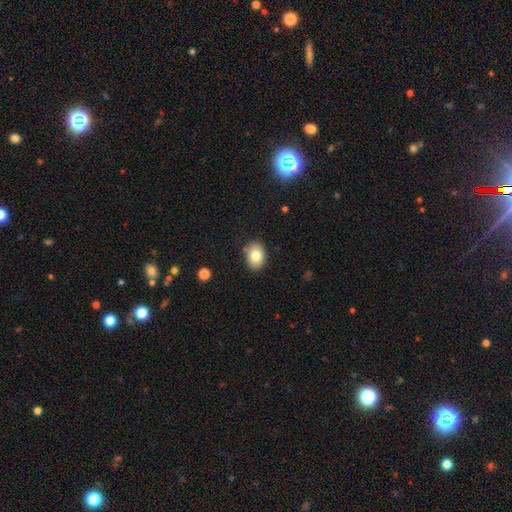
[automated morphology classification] Smooth or featured: smooth — 80% (featured or disk — 12%)
How rounded: in between — 73% (round — 26%)
Merging: none — 86% (minor disturbance — 10%)